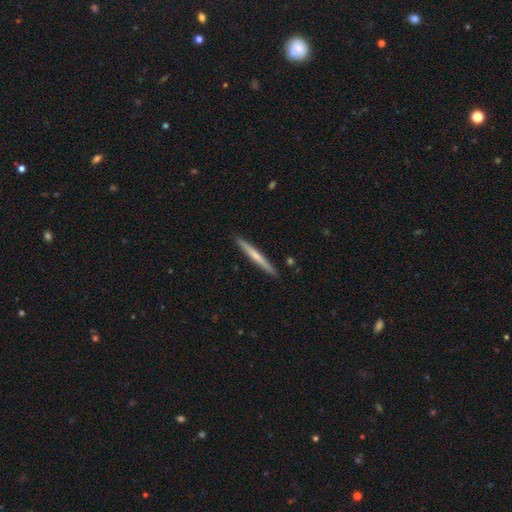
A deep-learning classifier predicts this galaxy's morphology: This appears to be a featured or disk galaxy (48%). Merging: none (92%).